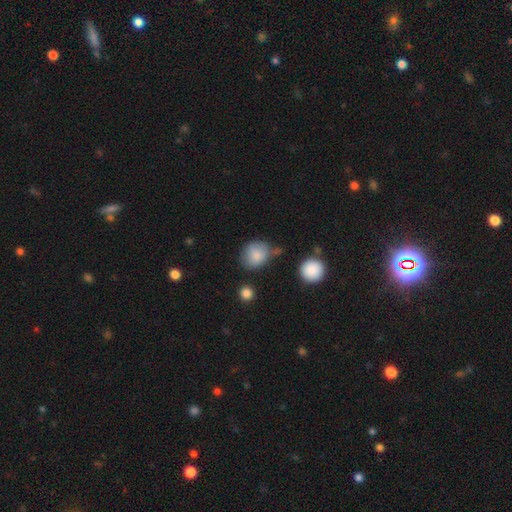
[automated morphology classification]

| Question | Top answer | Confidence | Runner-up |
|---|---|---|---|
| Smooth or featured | smooth | 84% | star or artifact (8%) |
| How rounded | round | 66% | in between (33%) |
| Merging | none | 59% | minor disturbance (24%) |